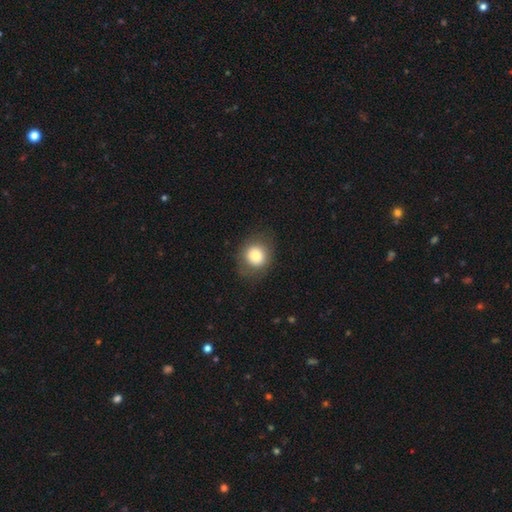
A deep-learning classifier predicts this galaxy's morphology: This appears to be a smooth galaxy with no disk features (81%) that is round (78%). Merging: none (83%).